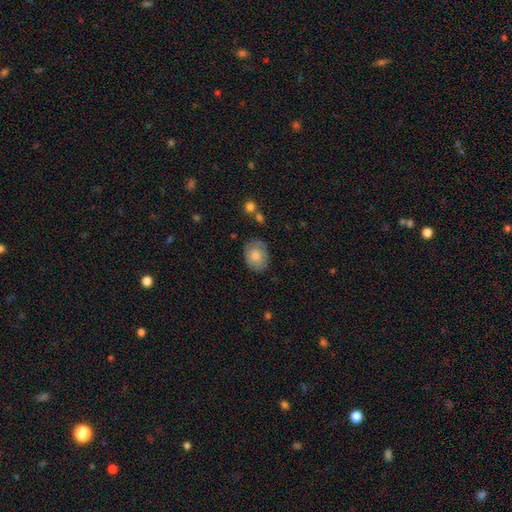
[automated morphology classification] Q: Smooth or featured?
A: smooth (76%); runner-up: featured or disk (17%)
Q: How rounded?
A: in between (64%); runner-up: round (35%)
Q: Merging?
A: none (74%); runner-up: minor disturbance (18%)